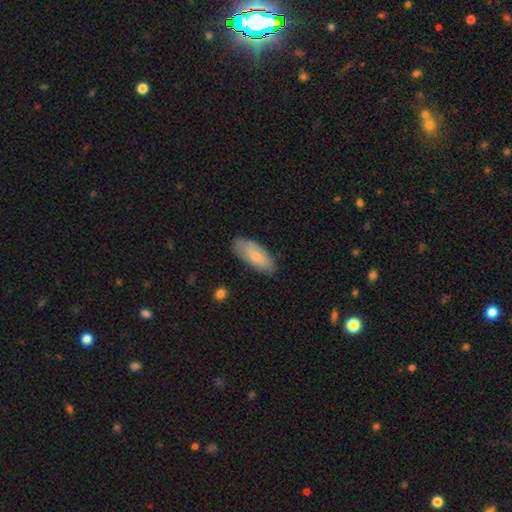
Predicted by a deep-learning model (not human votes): smooth-or-featured: smooth: 78% | featured or disk: 17% | star or artifact: 6%
  how-rounded: in between: 84% | cigar-shaped: 14% | round: 2%
  merging: none: 78% | minor disturbance: 17% | major disturbance: 3% | merger: 1%